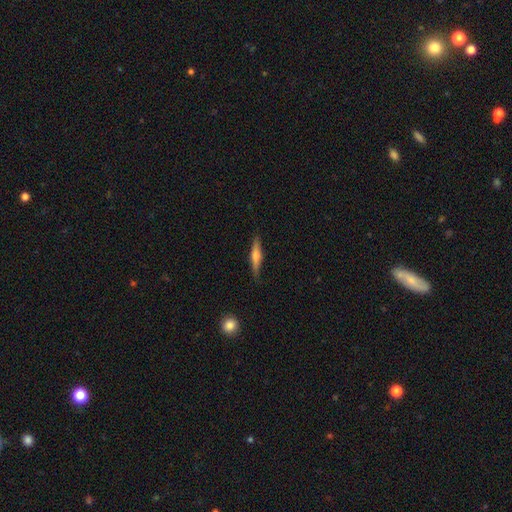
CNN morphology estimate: This appears to be a featured or disk galaxy (54%) viewed edge-on (96%) with a rounded central bulge (75%). Merging: none (87%).